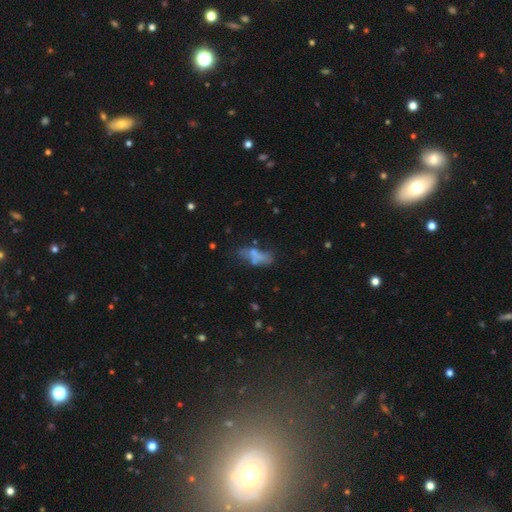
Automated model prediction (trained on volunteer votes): smooth_or_featured: smooth (p=0.52) [alt: featured or disk p=0.35]
how_rounded: in between (p=0.71) [alt: cigar-shaped p=0.25]
merging: none (p=0.36) [alt: major disturbance p=0.23]